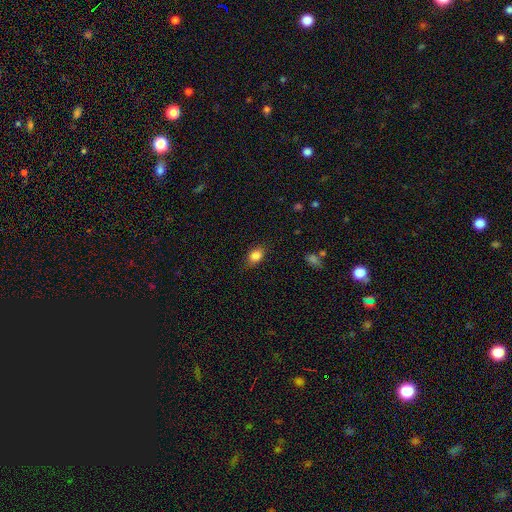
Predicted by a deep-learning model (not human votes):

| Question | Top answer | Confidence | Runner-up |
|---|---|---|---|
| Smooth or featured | smooth | 85% | star or artifact (9%) |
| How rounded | in between | 73% | round (25%) |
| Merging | none | 81% | minor disturbance (15%) |